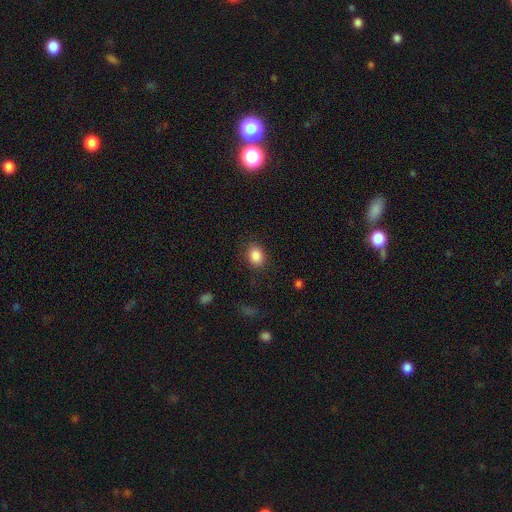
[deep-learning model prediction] Smooth or featured? smooth (87%)
How rounded? in between (58%)
Merging? none (84%)